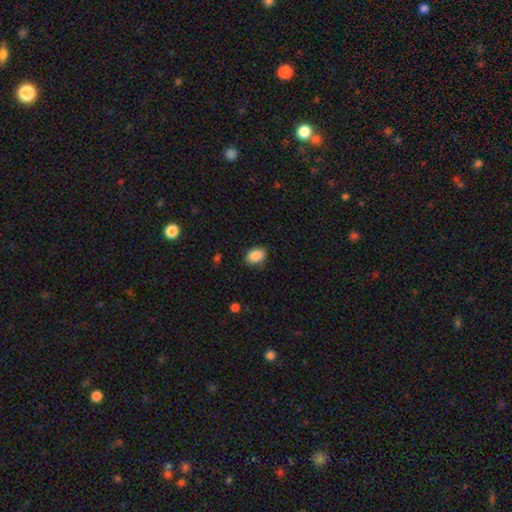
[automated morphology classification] Q: Smooth or featured?
A: smooth (89%); runner-up: star or artifact (8%)
Q: How rounded?
A: in between (83%); runner-up: round (16%)
Q: Merging?
A: none (84%); runner-up: minor disturbance (12%)